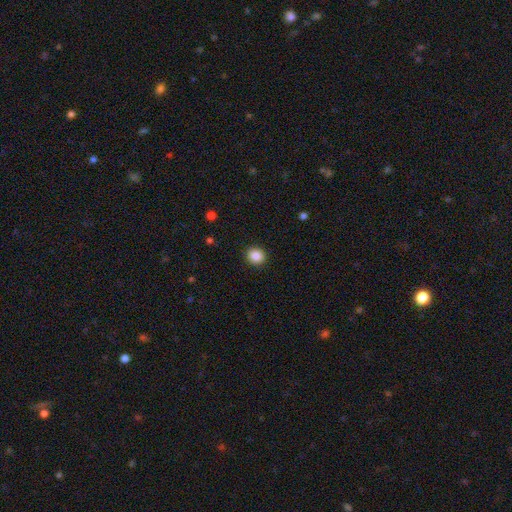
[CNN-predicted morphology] smooth-or-featured: smooth: 86% | star or artifact: 10% | featured or disk: 4%
  how-rounded: round: 84% | in between: 15% | cigar-shaped: 1%
  merging: none: 92% | minor disturbance: 6% | major disturbance: 2% | merger: 1%